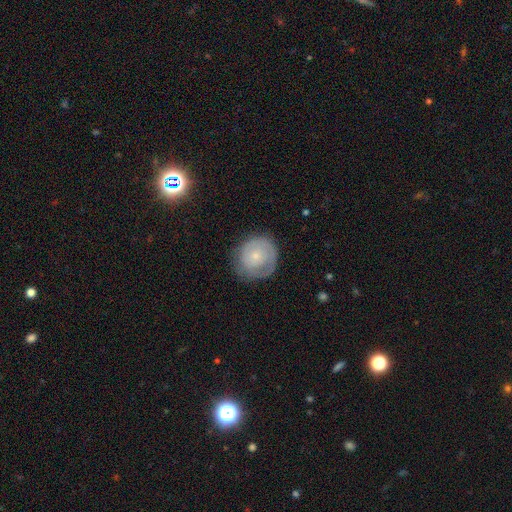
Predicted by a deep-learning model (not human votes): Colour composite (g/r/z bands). It shows a smooth galaxy with no disk features (50%). Merging: none (69%).